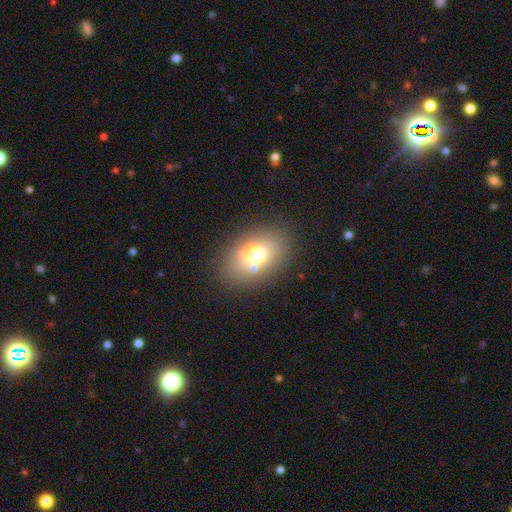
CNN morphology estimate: A smooth galaxy with no disk features (62%) that is in between round and cigar-shaped (66%). Merging: none (71%).